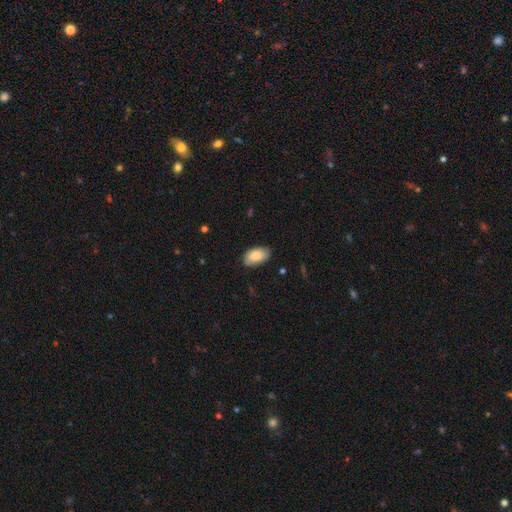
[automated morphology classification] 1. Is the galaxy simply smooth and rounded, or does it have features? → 82% smooth, 11% featured or disk, 7% star or artifact.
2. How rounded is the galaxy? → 94% in between, 4% round, 2% cigar-shaped.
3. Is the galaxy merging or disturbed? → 76% none, 19% minor disturbance, 3% major disturbance, 1% merger.